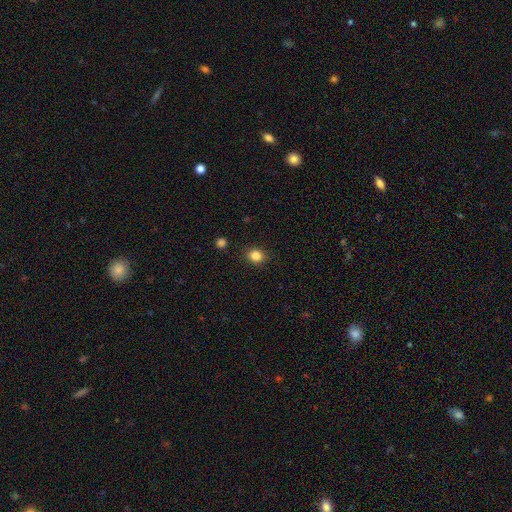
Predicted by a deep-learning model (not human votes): This appears to be a smooth galaxy with no disk features (84%) that is round (71%). Merging: none (89%).